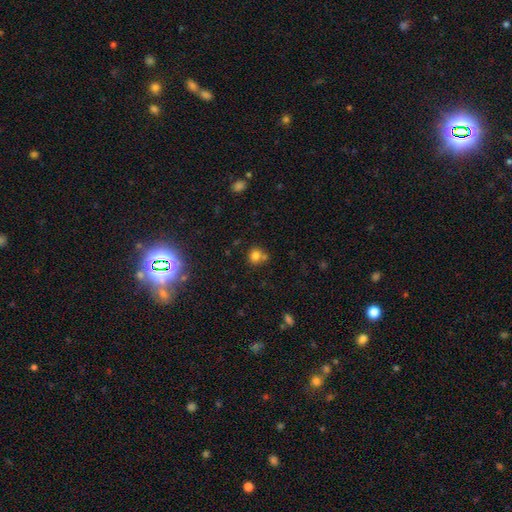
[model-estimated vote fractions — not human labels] Smooth or featured? smooth (78%)
How rounded? round (85%)
Merging? none (60%)